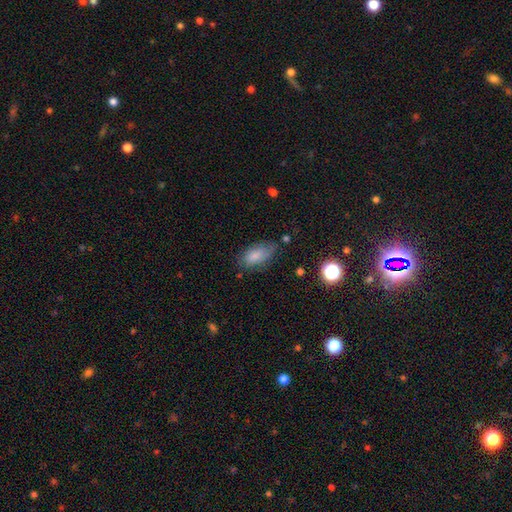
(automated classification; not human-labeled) Overall: smooth (82%). How rounded: in between (89%). Merging: none (63%; minor disturbance 27%).